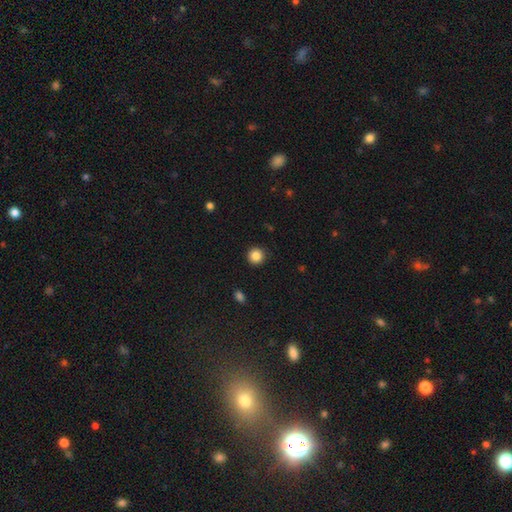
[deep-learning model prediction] smooth_or_featured: smooth (p=0.86) [alt: star or artifact p=0.10]
how_rounded: round (p=0.95) [alt: in between p=0.04]
merging: none (p=0.91) [alt: minor disturbance p=0.06]